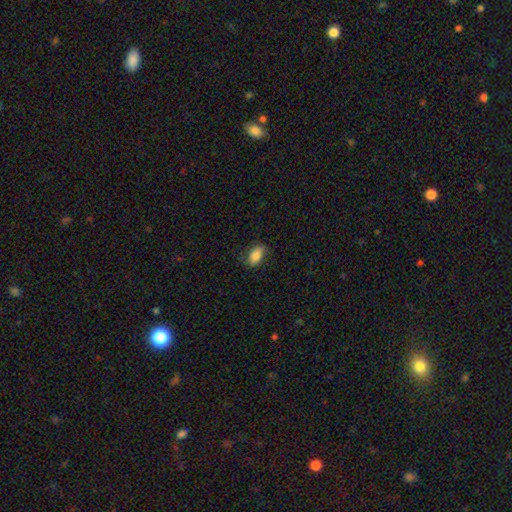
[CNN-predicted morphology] This appears to be a smooth galaxy with no disk features (80%) that is in between round and cigar-shaped (89%). Merging: none (77%).